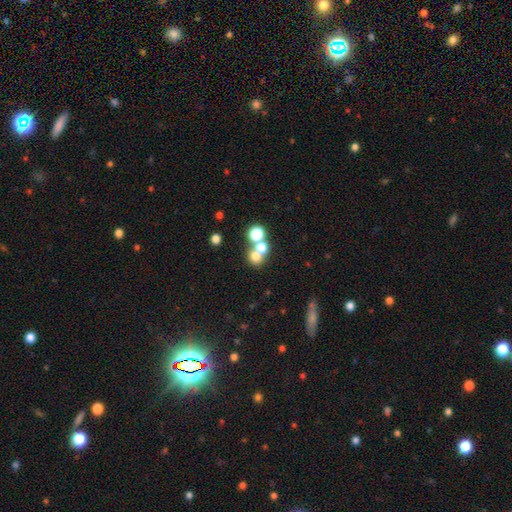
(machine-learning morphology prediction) A smooth galaxy with no disk features (65%) that is round (81%). Merging: merger (48%).